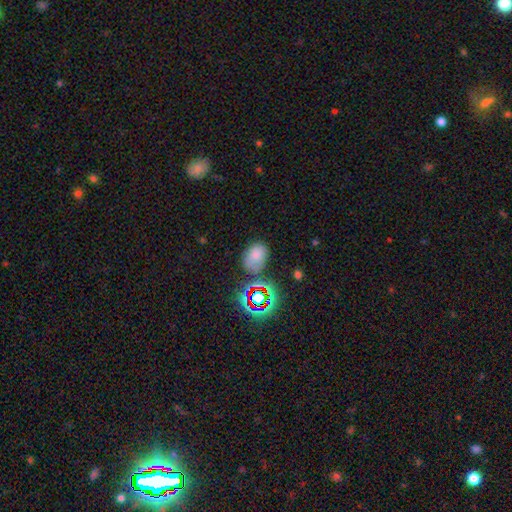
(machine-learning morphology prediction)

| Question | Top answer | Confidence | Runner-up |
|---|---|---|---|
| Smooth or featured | smooth | 70% | star or artifact (20%) |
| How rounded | in between | 74% | round (25%) |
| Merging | none | 59% | minor disturbance (23%) |